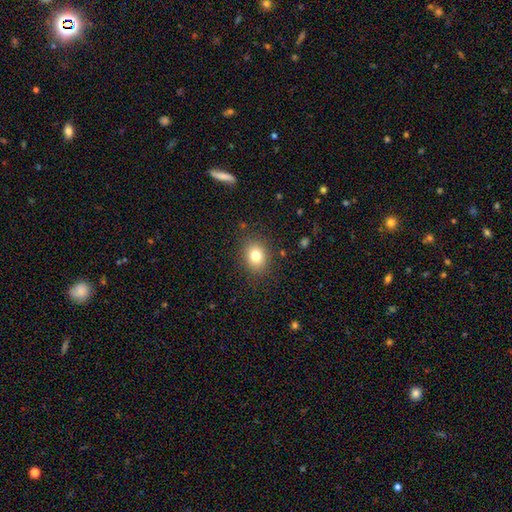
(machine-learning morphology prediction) A smooth galaxy with no disk features (80%) that is round (54%).

Vote fractions:
- Smooth or featured? smooth: 80% / star or artifact: 11% / featured or disk: 9%
- How rounded? round: 54% / in between: 45% / cigar-shaped: 1%
- Merging? none: 86% / minor disturbance: 9% / major disturbance: 3% / merger: 1%